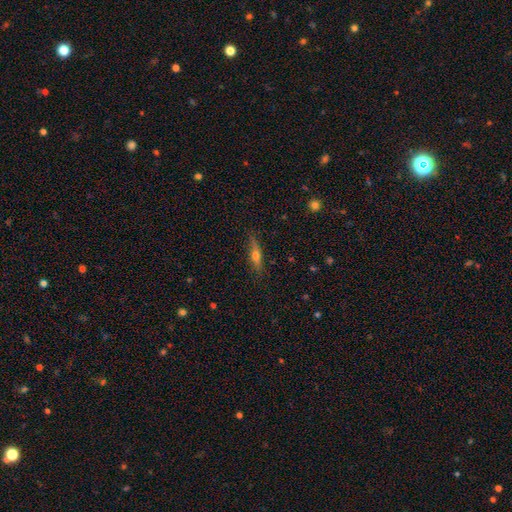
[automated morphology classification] smooth_or_featured: smooth (p=0.47) [alt: featured or disk p=0.45]
merging: none (p=0.84) [alt: minor disturbance p=0.12]